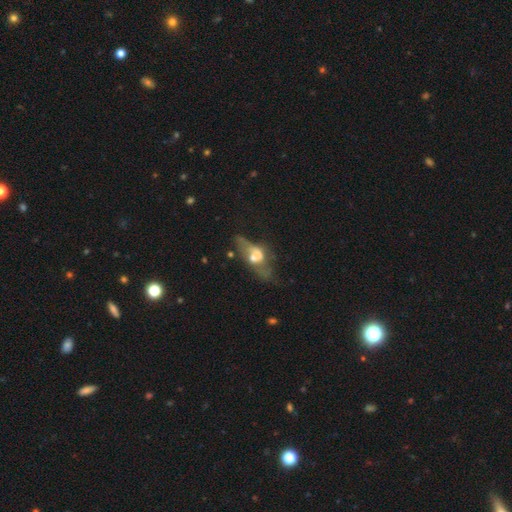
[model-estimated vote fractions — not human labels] Q: Smooth or featured?
A: featured or disk (52%); runner-up: smooth (36%)
Q: Edge-on disk?
A: no (80%); runner-up: yes (20%)
Q: Merging?
A: major disturbance (36%); runner-up: none (28%)